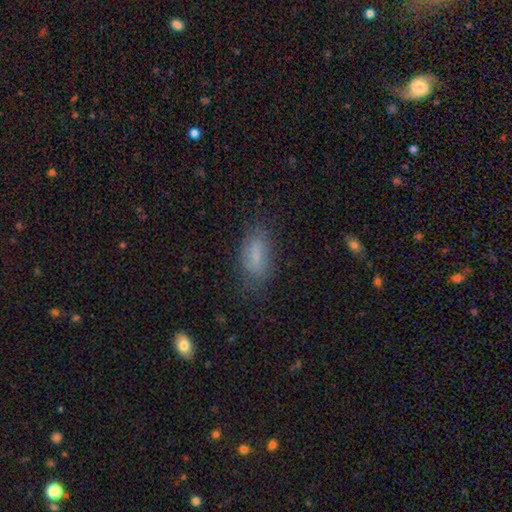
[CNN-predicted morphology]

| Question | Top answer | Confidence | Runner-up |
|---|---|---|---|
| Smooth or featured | smooth | 73% | featured or disk (17%) |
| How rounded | in between | 82% | cigar-shaped (14%) |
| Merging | none | 71% | minor disturbance (20%) |